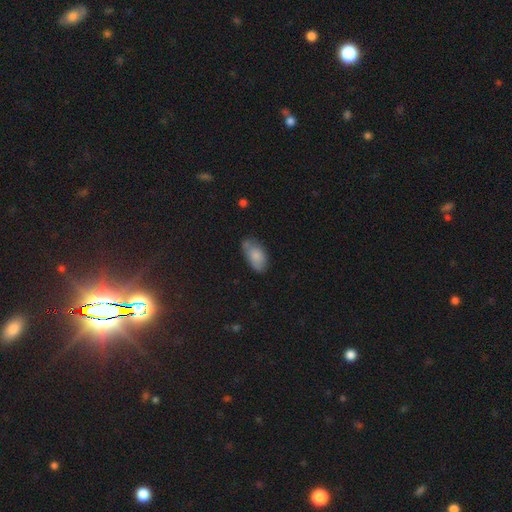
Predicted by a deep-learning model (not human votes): A smooth galaxy with no disk features (79%) that is in between round and cigar-shaped (93%). Merging: none (59%).